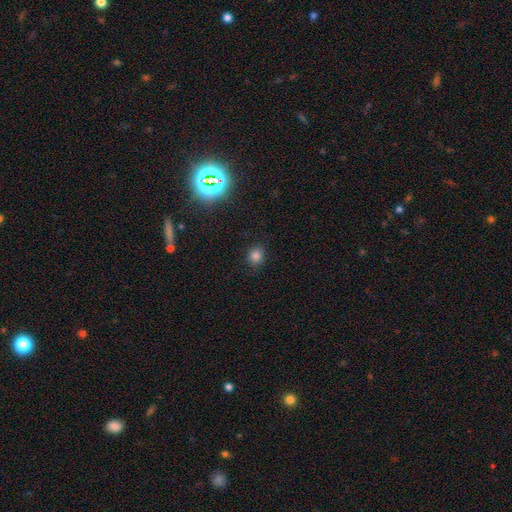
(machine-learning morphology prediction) type=smooth (79%); roundness=round (80%); merging=none (88%).